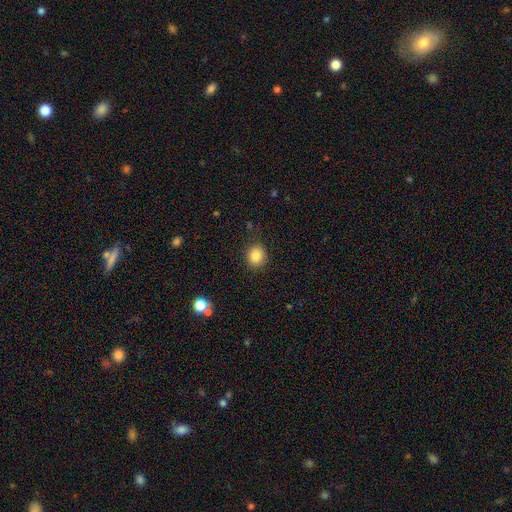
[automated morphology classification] This appears to be a smooth galaxy with no disk features (85%) that is round (79%). Merging: none (88%).